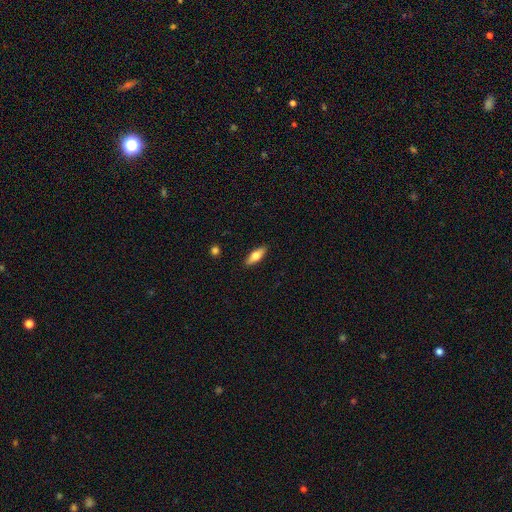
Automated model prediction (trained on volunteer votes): smooth-or-featured: smooth: 69% | featured or disk: 25% | star or artifact: 6%
  how-rounded: in between: 65% | cigar-shaped: 33% | round: 2%
  merging: none: 89% | minor disturbance: 8% | major disturbance: 2% | merger: 1%